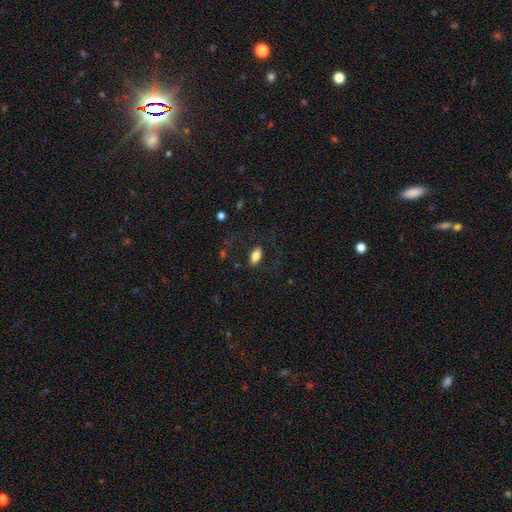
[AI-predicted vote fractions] Smooth or featured? smooth (78%)
How rounded? in between (90%)
Merging? none (80%)